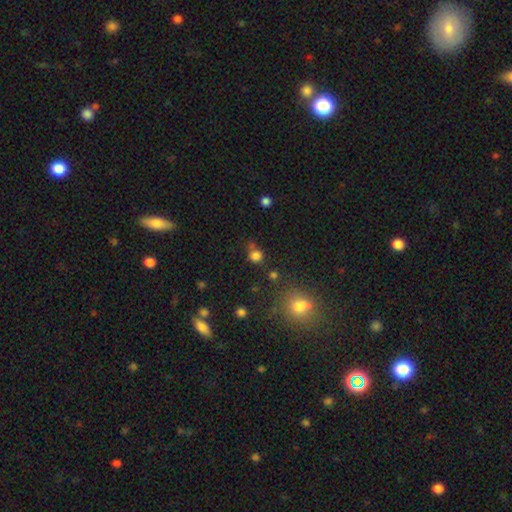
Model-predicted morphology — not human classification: A smooth galaxy with no disk features (76%) that is round (81%).

Vote fractions:
- Smooth or featured? smooth: 76% / star or artifact: 18% / featured or disk: 6%
- How rounded? round: 81% / in between: 17% / cigar-shaped: 1%
- Merging? none: 63% / minor disturbance: 16% / merger: 15% / major disturbance: 6%